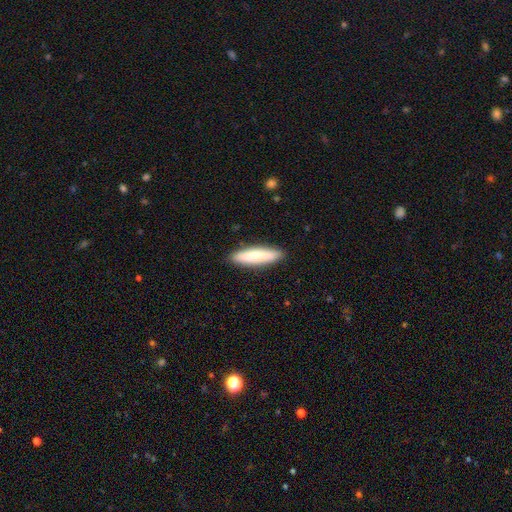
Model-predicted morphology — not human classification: Smooth or featured? Predicted: smooth (p=0.75). How rounded? Predicted: cigar-shaped (p=0.71). Merging? Predicted: none (p=0.89).